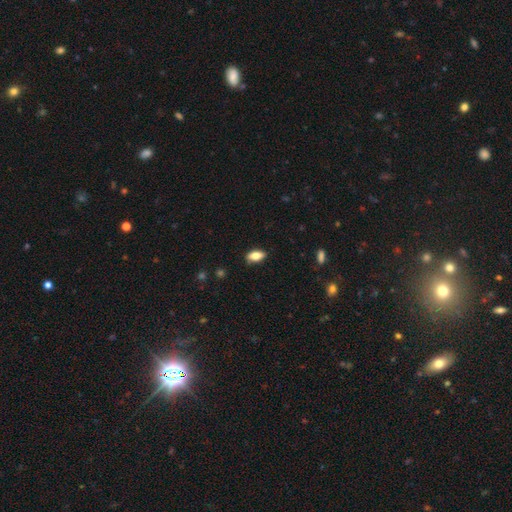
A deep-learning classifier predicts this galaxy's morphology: Smooth or featured? Predicted: smooth (p=0.77). How rounded? Predicted: in between (p=0.87). Merging? Predicted: none (p=0.84).